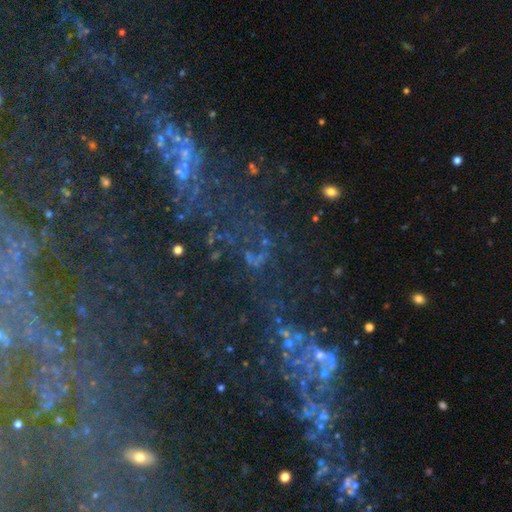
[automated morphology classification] Smooth or featured? Predicted: star or artifact (p=0.52).